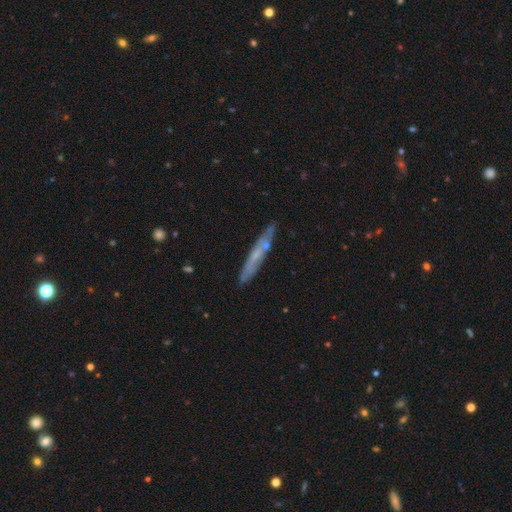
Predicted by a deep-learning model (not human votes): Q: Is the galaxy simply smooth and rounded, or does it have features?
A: featured or disk — 50%.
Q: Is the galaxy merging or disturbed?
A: none — 81%.